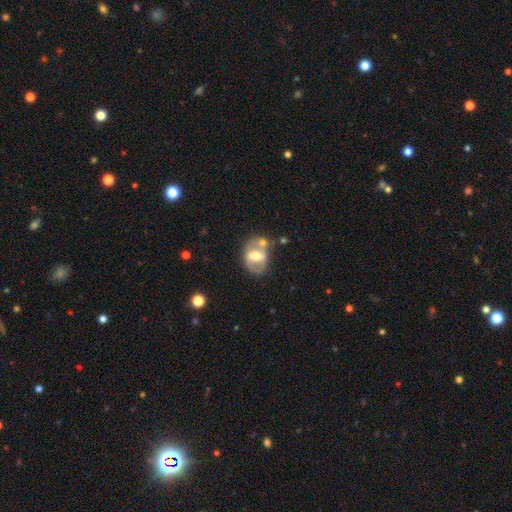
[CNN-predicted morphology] type=featured or disk (56%); edge-on=no (93%); bar=strong (39%); spiral arms=no (68%); bulge=moderate (66%); merging=none (48%).